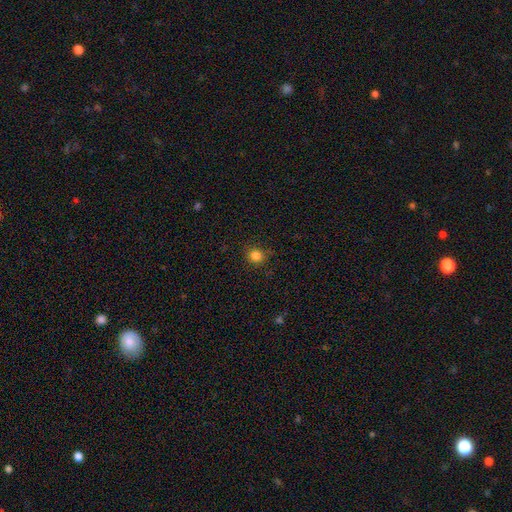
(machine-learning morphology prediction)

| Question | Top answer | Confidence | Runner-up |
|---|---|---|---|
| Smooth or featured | smooth | 83% | star or artifact (13%) |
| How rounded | round | 89% | in between (10%) |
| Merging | none | 88% | minor disturbance (9%) |